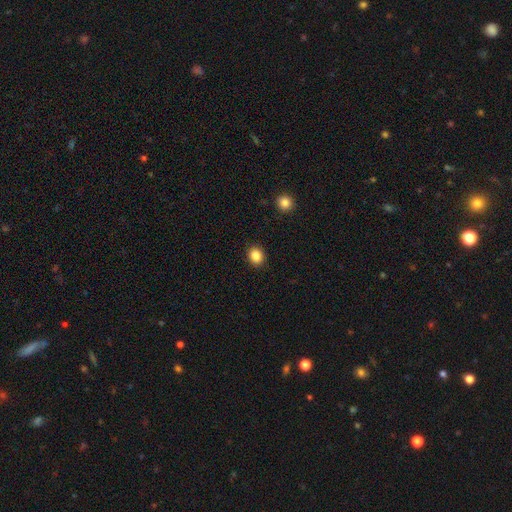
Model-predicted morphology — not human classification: smooth-or-featured: smooth: 86% | star or artifact: 10% | featured or disk: 4%
  how-rounded: round: 66% | in between: 33% | cigar-shaped: 1%
  merging: none: 90% | minor disturbance: 7% | major disturbance: 2% | merger: 1%